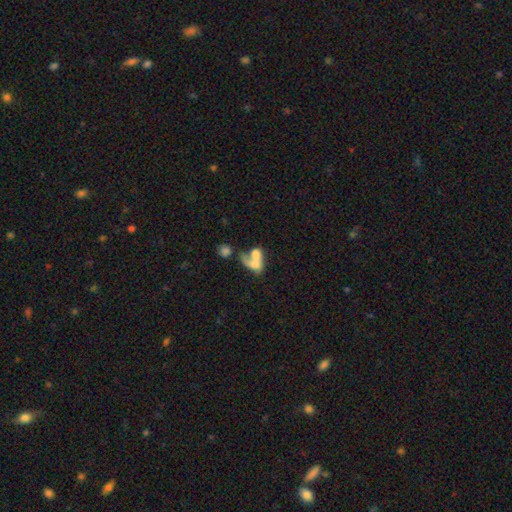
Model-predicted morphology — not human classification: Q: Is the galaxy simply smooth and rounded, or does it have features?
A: smooth — 55%.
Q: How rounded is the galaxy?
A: in between — 75%.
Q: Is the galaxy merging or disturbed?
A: merger — 64%.